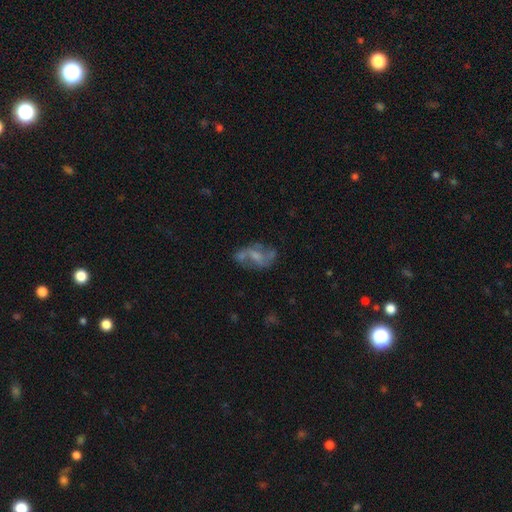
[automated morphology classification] A featured or disk galaxy (62%) with no bar (51%), spiral arms (56%) and a small central bulge (36%).

Vote fractions:
- Smooth or featured? featured or disk: 62% / smooth: 26% / star or artifact: 11%
- Edge-on disk? no: 95% / yes: 5%
- Bar? no: 51% / weak: 37% / strong: 12%
- Spiral arms? yes: 56% / no: 44%
- Bulge size? small: 36% / moderate: 31% / none: 27% / large: 5% / dominant: 1%
- Merging? none: 47% / minor disturbance: 20% / major disturbance: 19% / merger: 14%